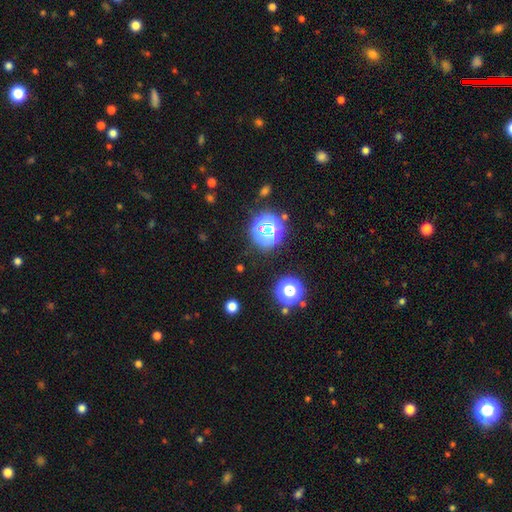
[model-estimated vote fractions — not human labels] Q: Smooth or featured?
A: star or artifact (75%); runner-up: smooth (18%)